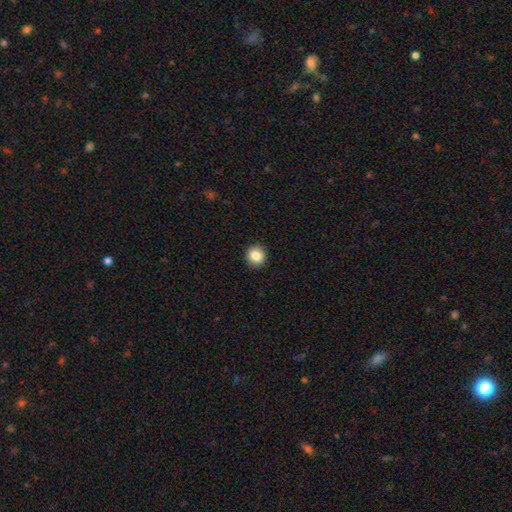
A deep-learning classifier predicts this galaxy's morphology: The model was most divided on "smooth or featured": smooth: 85%, star or artifact: 9%, featured or disk: 5%. More confident: how rounded — round (93%); merging — none (93%).